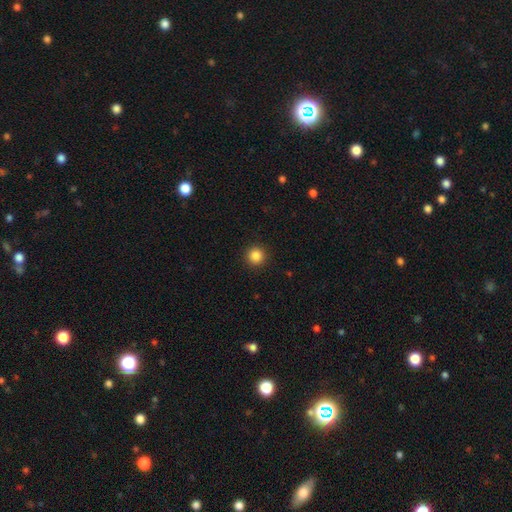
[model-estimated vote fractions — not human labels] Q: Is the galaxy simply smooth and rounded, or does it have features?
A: smooth — 86%.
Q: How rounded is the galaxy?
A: round — 95%.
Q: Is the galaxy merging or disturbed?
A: none — 93%.